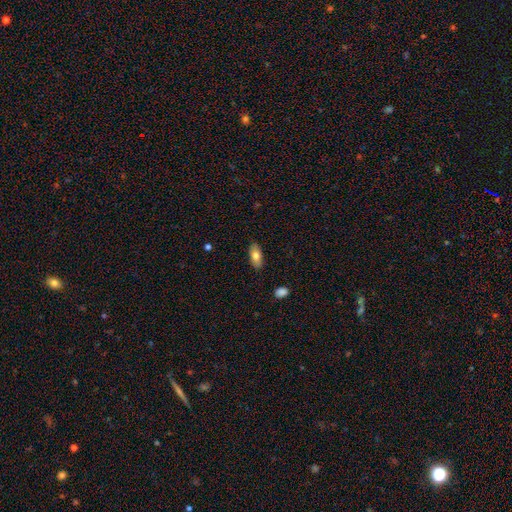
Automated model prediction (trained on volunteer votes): Overall: smooth (75%). How rounded: in between (85%). Merging: none (88%).